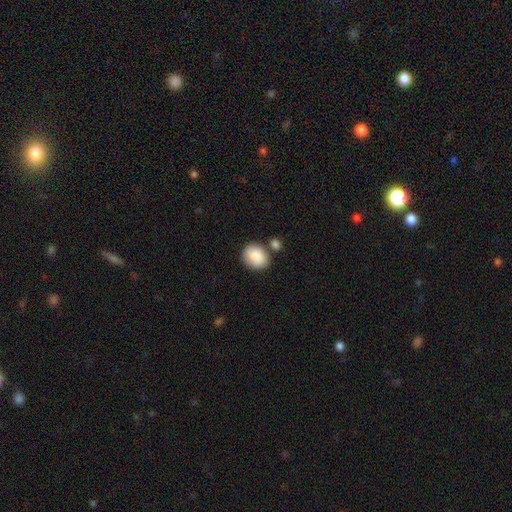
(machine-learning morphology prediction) A smooth galaxy with no disk features (87%) that is round (58%). Merging: none (63%).